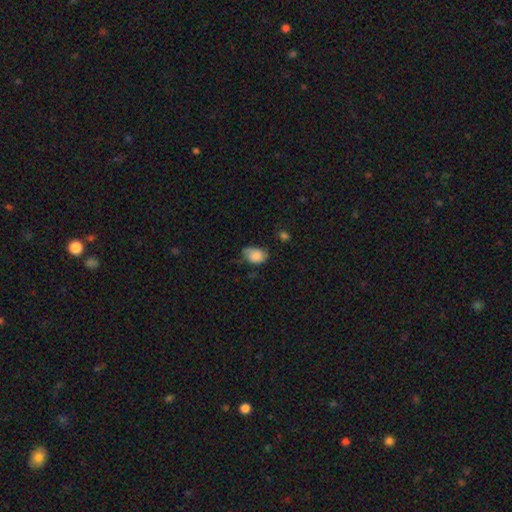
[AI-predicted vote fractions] Overall: smooth (82%). How rounded: in between (80%). Merging: none (43%; minor disturbance 42%).